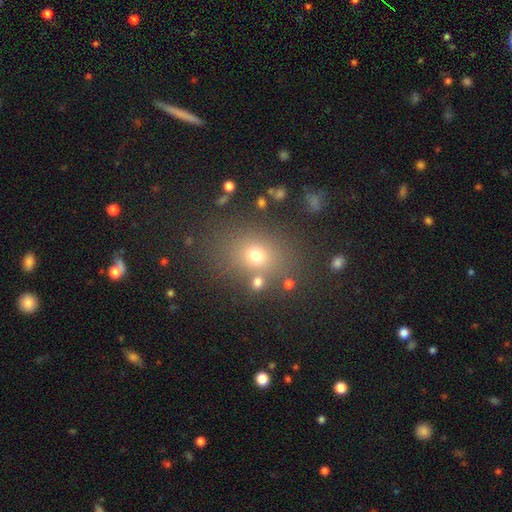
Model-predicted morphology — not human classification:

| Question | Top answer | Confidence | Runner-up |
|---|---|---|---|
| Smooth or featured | smooth | 68% | star or artifact (20%) |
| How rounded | round | 51% | in between (47%) |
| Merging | none | 73% | minor disturbance (12%) |